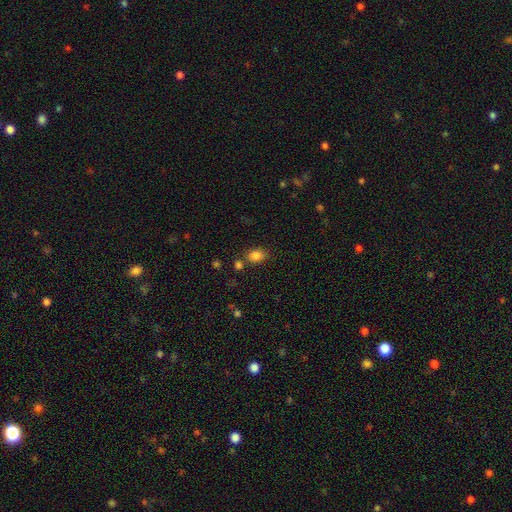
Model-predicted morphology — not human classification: Smooth or featured: smooth — 84% (star or artifact — 11%)
How rounded: in between — 63% (round — 36%)
Merging: none — 72% (minor disturbance — 14%)